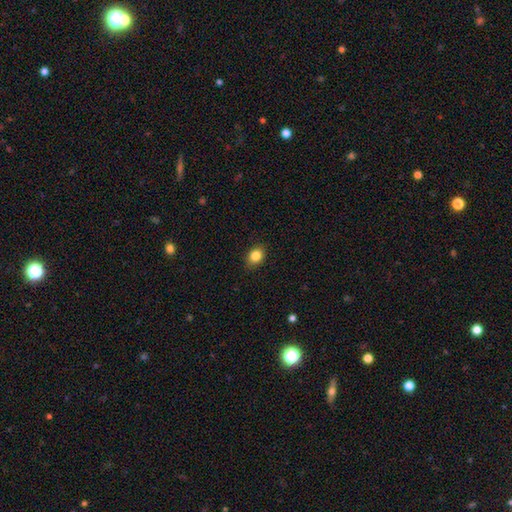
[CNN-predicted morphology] Smooth or featured?
  - smooth: 84% *
  - star or artifact: 10%
  - featured or disk: 6%
How rounded?
  - in between: 56% *
  - round: 43%
  - cigar-shaped: 1%
Merging?
  - none: 88% *
  - minor disturbance: 9%
  - major disturbance: 2%
  - merger: 1%